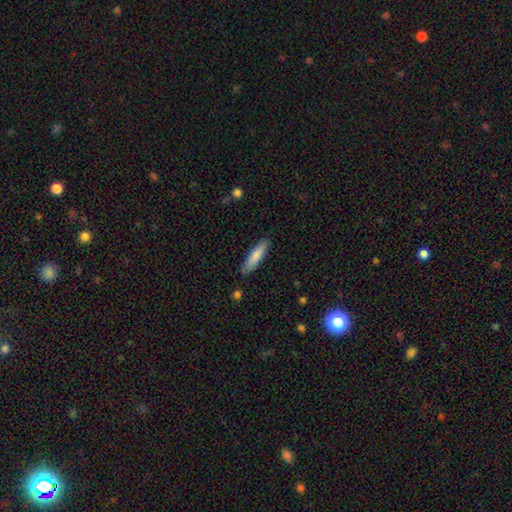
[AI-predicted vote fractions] A smooth galaxy with no disk features (79%) that is cigar-shaped (77%).

Vote fractions:
- Smooth or featured? smooth: 79% / featured or disk: 15% / star or artifact: 5%
- How rounded? cigar-shaped: 77% / in between: 22% / round: 1%
- Merging? none: 87% / minor disturbance: 10% / major disturbance: 2% / merger: 1%